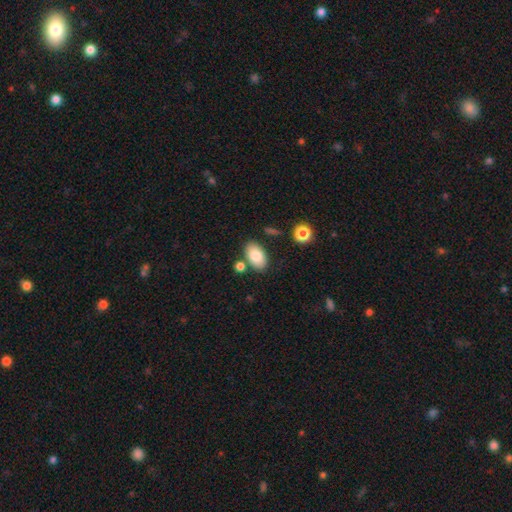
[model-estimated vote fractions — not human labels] Overall: smooth (83%). How rounded: in between (93%). Merging: none (78%).